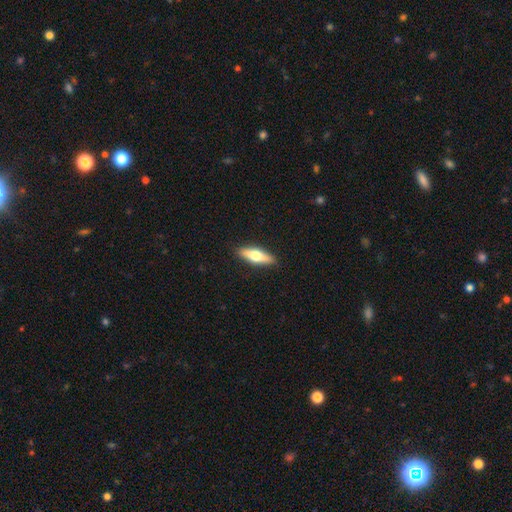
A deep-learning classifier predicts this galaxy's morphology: A smooth galaxy with no disk features (56%) that is cigar-shaped (51%).

Vote fractions:
- Smooth or featured? smooth: 56% / featured or disk: 38% / star or artifact: 6%
- How rounded? cigar-shaped: 51% / in between: 47% / round: 2%
- Merging? none: 89% / minor disturbance: 8% / major disturbance: 2% / merger: 1%